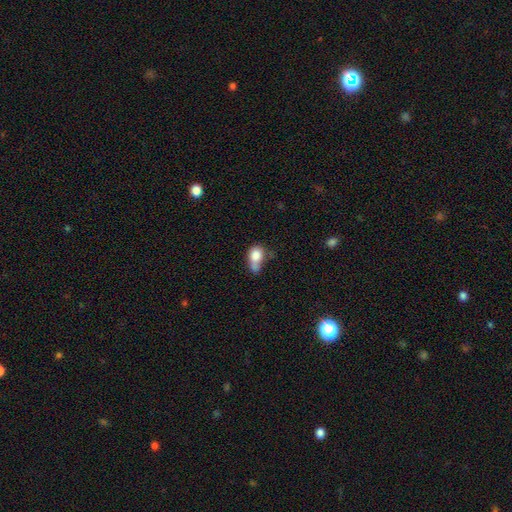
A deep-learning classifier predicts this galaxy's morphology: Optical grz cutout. It shows a smooth galaxy with no disk features (78%) that is in between round and cigar-shaped (65%). Merging: merger (31%).